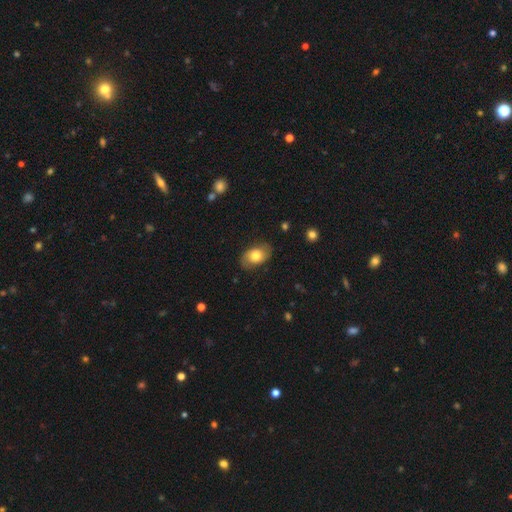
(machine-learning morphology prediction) type=smooth (70%); roundness=in between (86%); merging=none (81%).